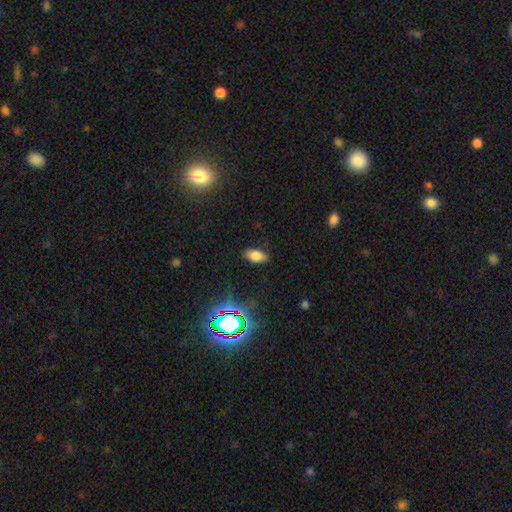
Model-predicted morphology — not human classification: type=smooth (76%); roundness=in between (91%); merging=none (85%).